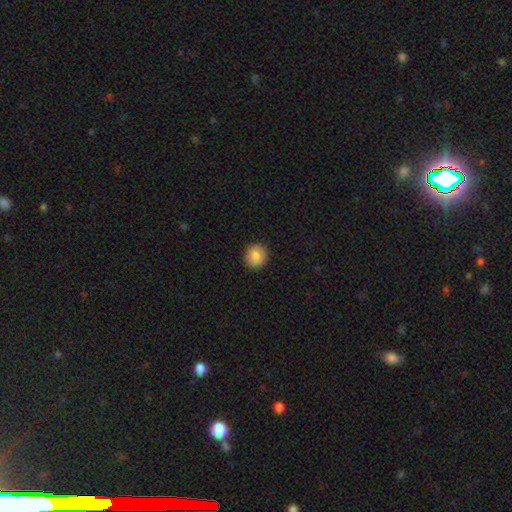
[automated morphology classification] The model was most divided on "smooth or featured": smooth: 83%, featured or disk: 9%, star or artifact: 8%. More confident: merging — none (91%); how rounded — round (90%).